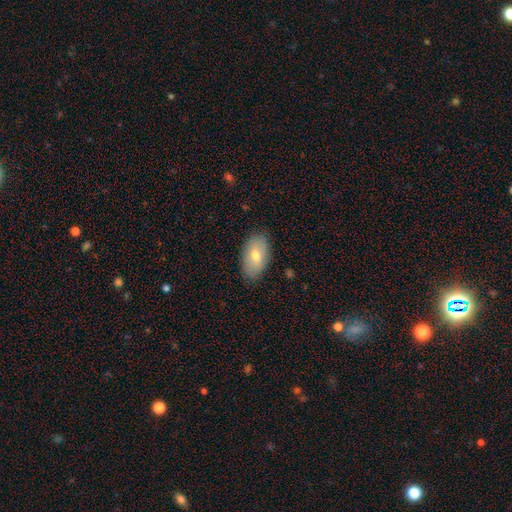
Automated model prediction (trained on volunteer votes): This appears to be a smooth galaxy with no disk features (72%) that is in between round and cigar-shaped (93%). Merging: none (85%).